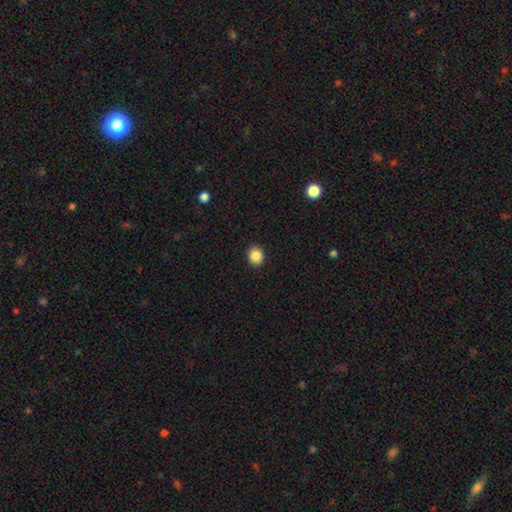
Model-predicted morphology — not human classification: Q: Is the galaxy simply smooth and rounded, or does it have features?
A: smooth — 87%.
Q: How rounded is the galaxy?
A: round — 74%.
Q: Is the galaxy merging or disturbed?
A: none — 92%.